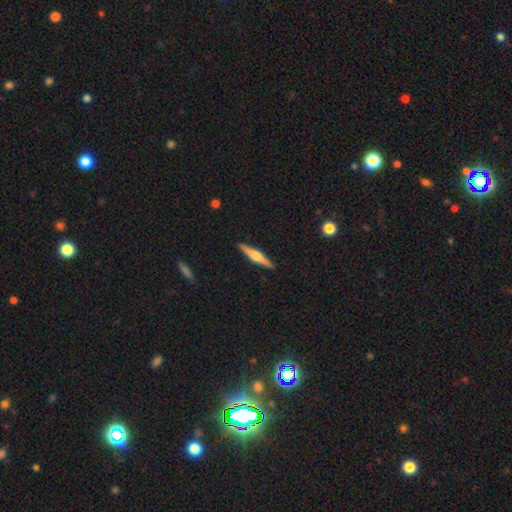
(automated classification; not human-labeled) Smooth or featured? featured or disk (66%)
Edge-on disk? yes (98%)
Edge-on bulge? rounded (84%)
Merging? none (92%)